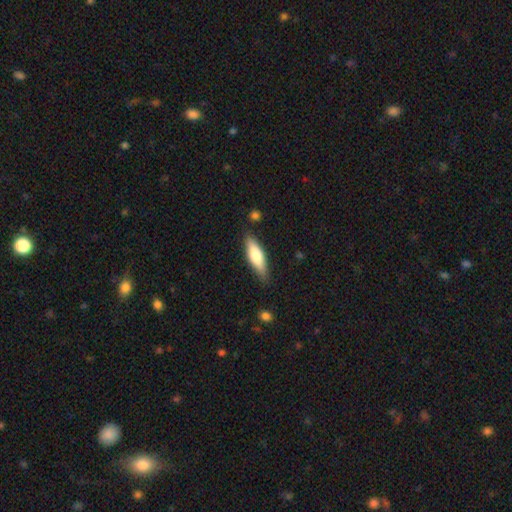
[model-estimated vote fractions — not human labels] Smooth or featured: smooth — 66% (featured or disk — 28%)
How rounded: cigar-shaped — 54% (in between — 44%)
Merging: none — 83% (minor disturbance — 12%)